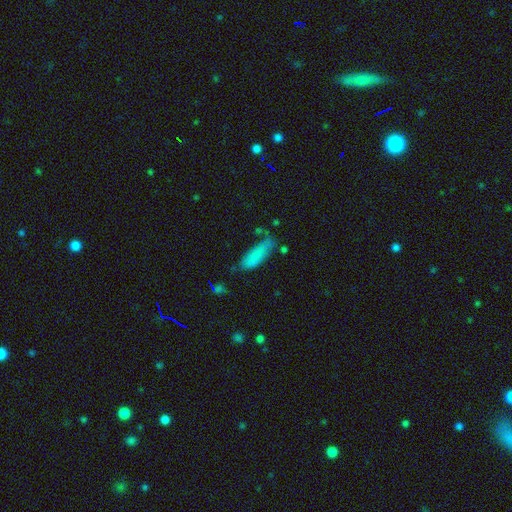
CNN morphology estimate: smooth_or_featured: smooth (p=0.82) [alt: featured or disk p=0.11]
how_rounded: in between (p=0.55) [alt: cigar-shaped p=0.43]
merging: none (p=0.58) [alt: minor disturbance p=0.28]